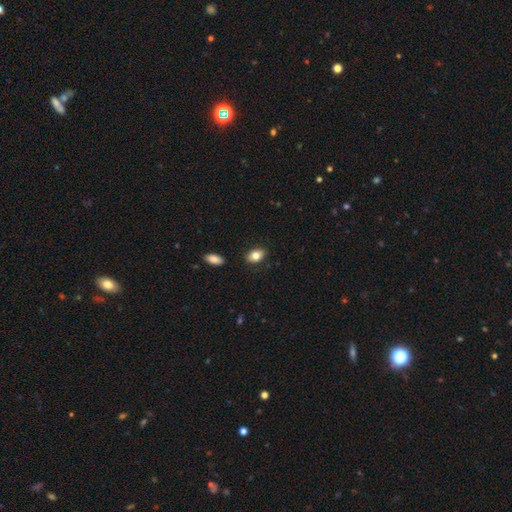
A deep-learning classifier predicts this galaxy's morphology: Q: Smooth or featured?
A: smooth (81%); runner-up: featured or disk (11%)
Q: How rounded?
A: in between (87%); runner-up: round (11%)
Q: Merging?
A: none (87%); runner-up: minor disturbance (9%)